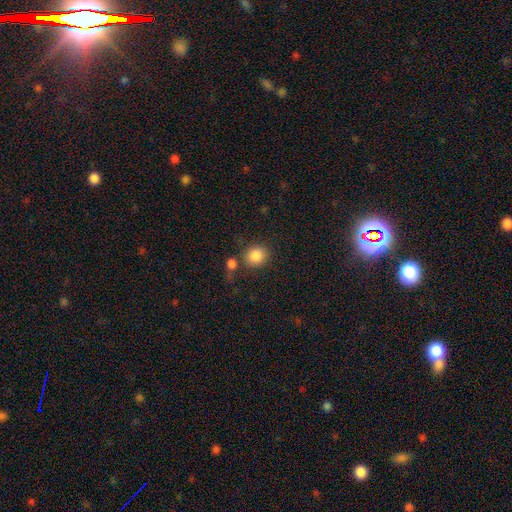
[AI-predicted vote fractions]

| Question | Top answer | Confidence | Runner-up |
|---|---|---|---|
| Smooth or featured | smooth | 86% | star or artifact (9%) |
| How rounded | round | 83% | in between (16%) |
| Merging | none | 72% | merger (13%) |